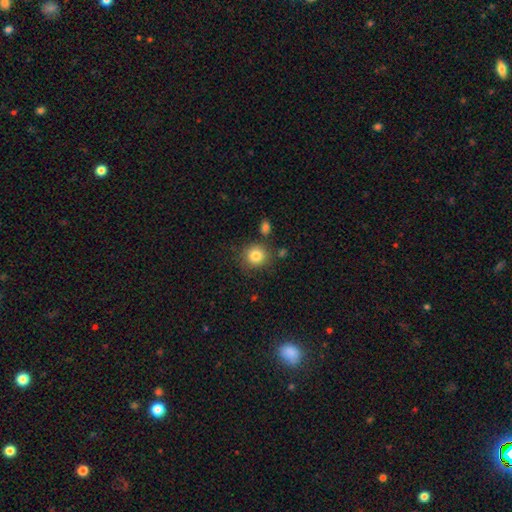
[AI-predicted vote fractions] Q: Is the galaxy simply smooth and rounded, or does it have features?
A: smooth — 84%.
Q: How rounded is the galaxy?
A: round — 90%.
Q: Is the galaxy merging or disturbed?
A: none — 79%.